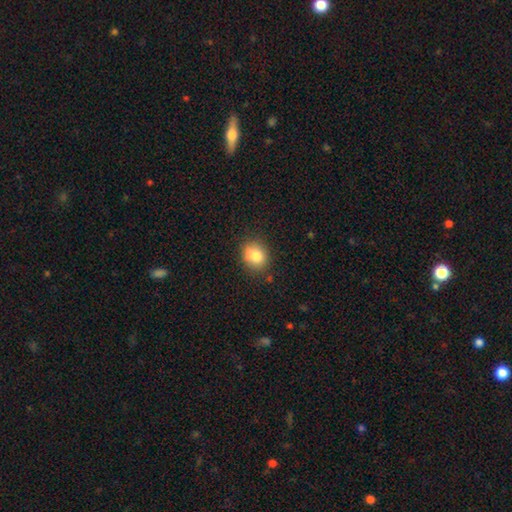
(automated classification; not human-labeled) Smooth or featured? smooth (82%)
How rounded? round (67%)
Merging? none (79%)